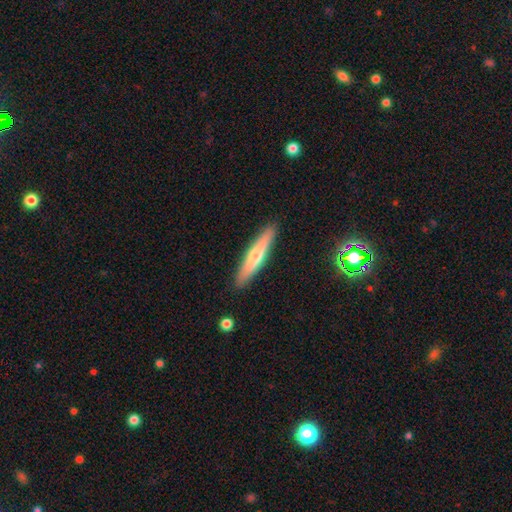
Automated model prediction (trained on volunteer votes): A smooth galaxy with no disk features (52%) that is cigar-shaped (89%).

Vote fractions:
- Smooth or featured? smooth: 52% / featured or disk: 42% / star or artifact: 6%
- How rounded? cigar-shaped: 89% / in between: 9% / round: 1%
- Merging? none: 91% / minor disturbance: 7% / major disturbance: 1% / merger: 1%